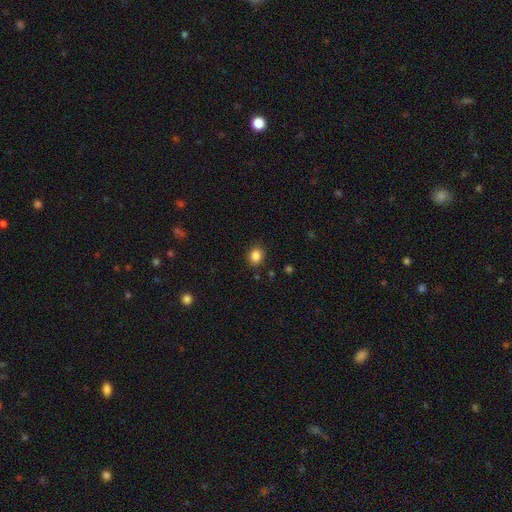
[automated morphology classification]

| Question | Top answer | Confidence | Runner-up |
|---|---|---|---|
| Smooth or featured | smooth | 85% | star or artifact (11%) |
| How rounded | round | 72% | in between (27%) |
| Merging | none | 88% | minor disturbance (8%) |